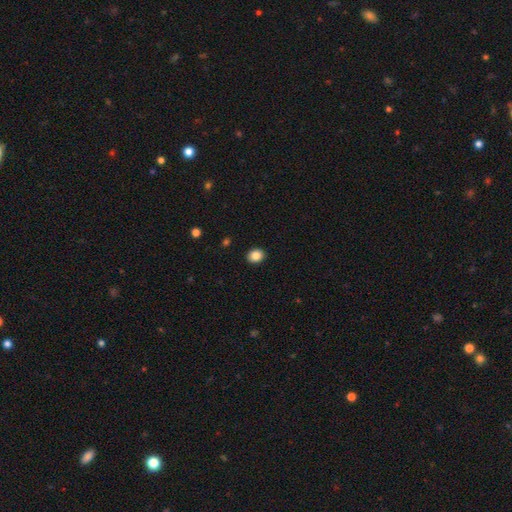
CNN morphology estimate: This is clearly a smooth galaxy (85%). How rounded: possibly round (58%). Merging: clearly none (92%).